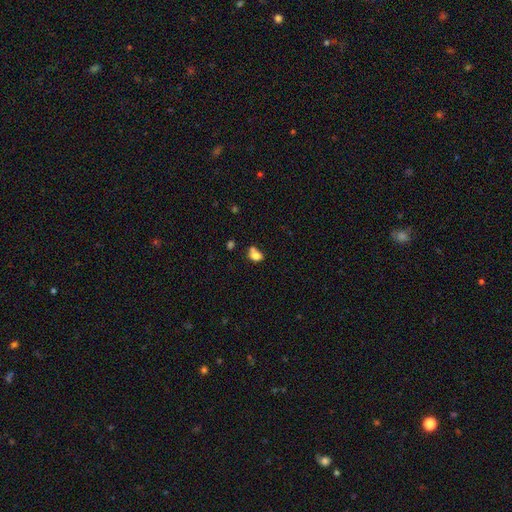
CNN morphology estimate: smooth-or-featured: smooth: 75% | featured or disk: 13% | star or artifact: 12%
  how-rounded: in between: 59% | round: 40% | cigar-shaped: 1%
  merging: merger: 43% | none: 35% | minor disturbance: 15% | major disturbance: 7%